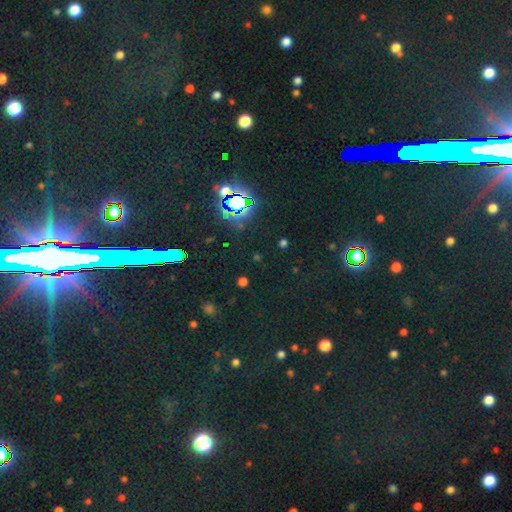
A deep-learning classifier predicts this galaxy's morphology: A star or artifact, not a galaxy (80%).